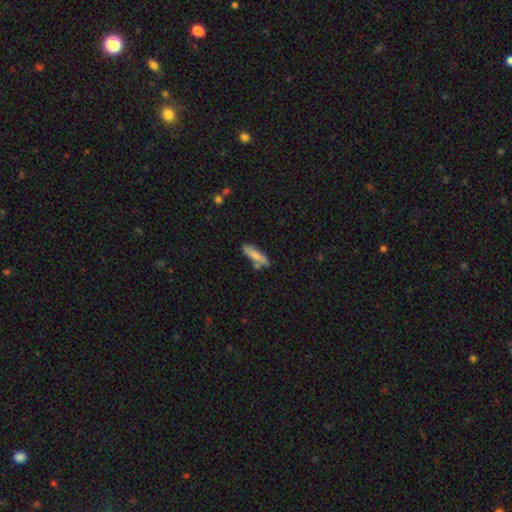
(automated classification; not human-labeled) This is likely a smooth galaxy (78%). How rounded: likely cigar-shaped (68%). Merging: likely none (67%).